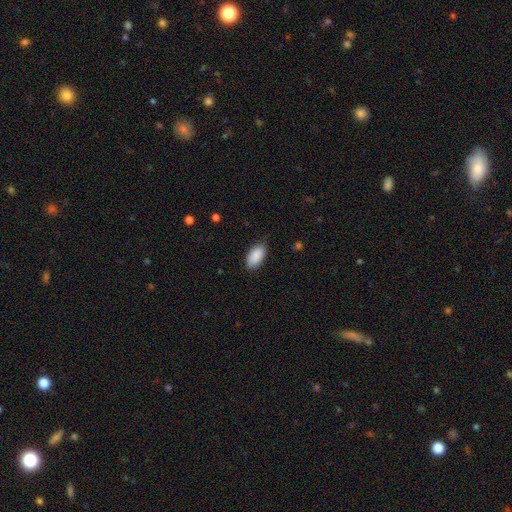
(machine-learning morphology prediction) This appears to be a smooth galaxy with no disk features (90%) that is in between round and cigar-shaped (95%). Merging: none (82%).